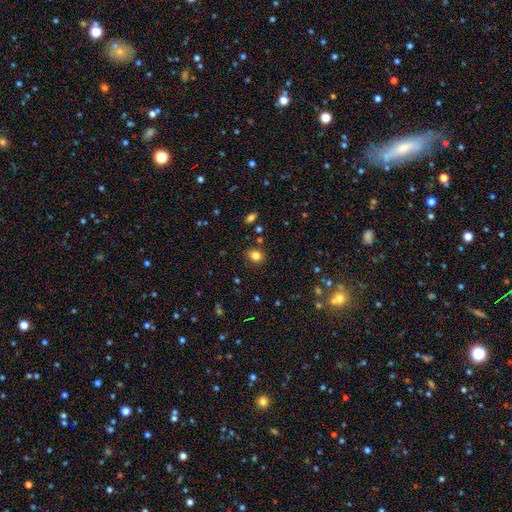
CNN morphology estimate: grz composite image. It shows a smooth galaxy with no disk features (82%) that is round (62%). Merging: none (86%).